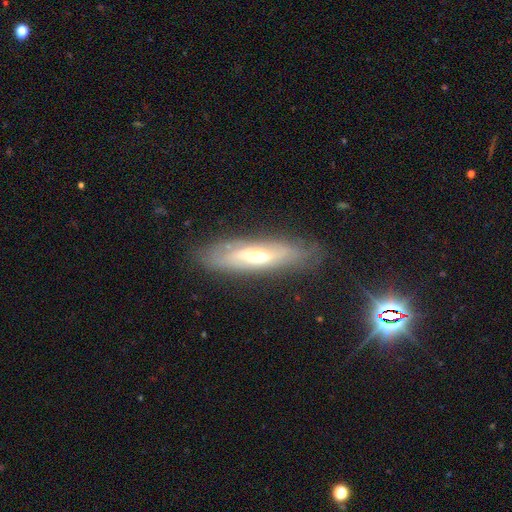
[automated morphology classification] smooth_or_featured: featured or disk (p=0.64) [alt: smooth p=0.30]
disk_edge_on: no (p=0.63) [alt: yes p=0.37]
merging: none (p=0.72) [alt: minor disturbance p=0.19]